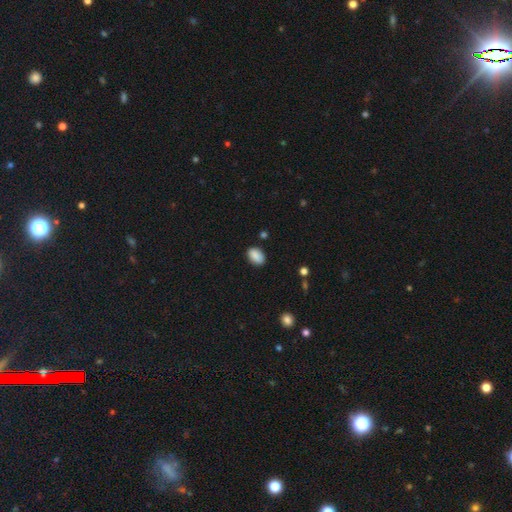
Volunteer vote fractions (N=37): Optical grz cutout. It shows a smooth galaxy with no disk features (92%) that is in between round and cigar-shaped (85%). Merging: none (72%).